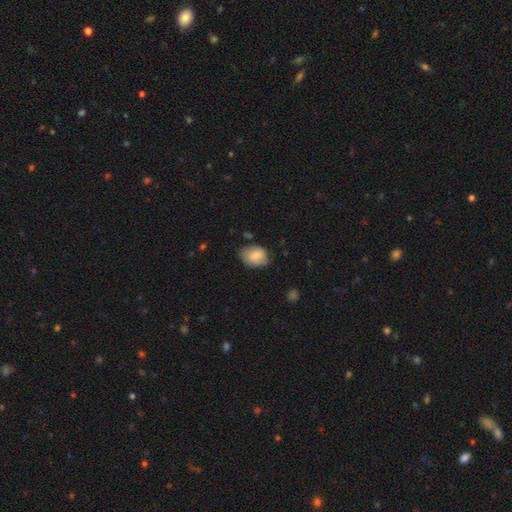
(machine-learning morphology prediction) Smooth or featured? Predicted: smooth (p=0.77). How rounded? Predicted: in between (p=0.67). Merging? Predicted: none (p=0.62).